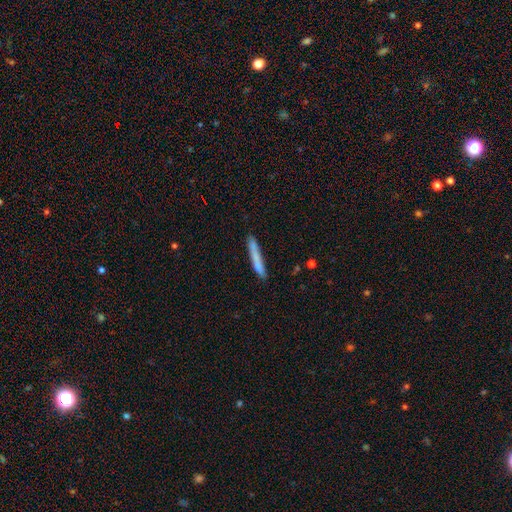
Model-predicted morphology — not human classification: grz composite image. It shows a smooth galaxy with no disk features (76%) that is cigar-shaped (96%). Merging: none (83%).